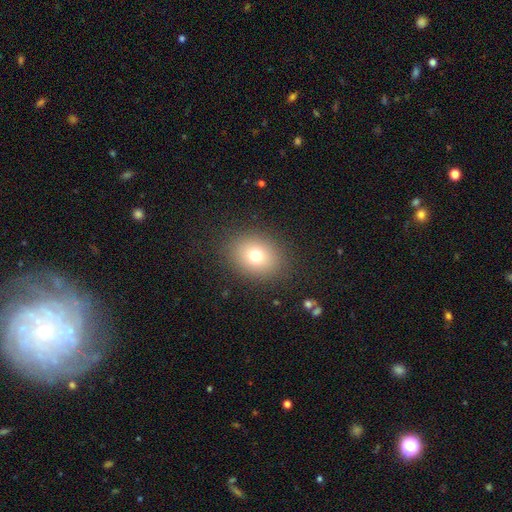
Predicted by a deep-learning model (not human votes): This is likely a smooth galaxy (74%). How rounded: possibly round (53%). Merging: clearly none (87%).